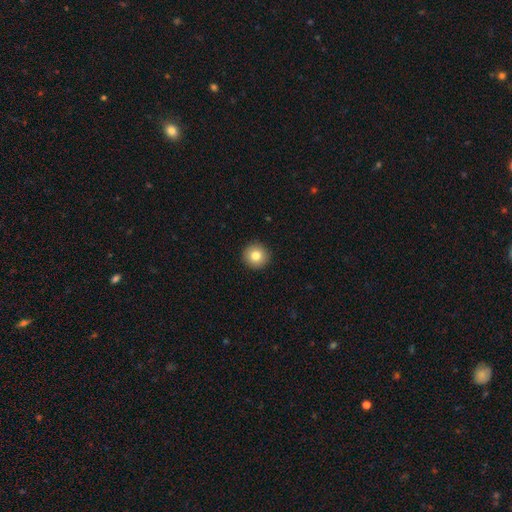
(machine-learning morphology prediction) Overall: smooth (82%). How rounded: round (95%). Merging: none (93%).